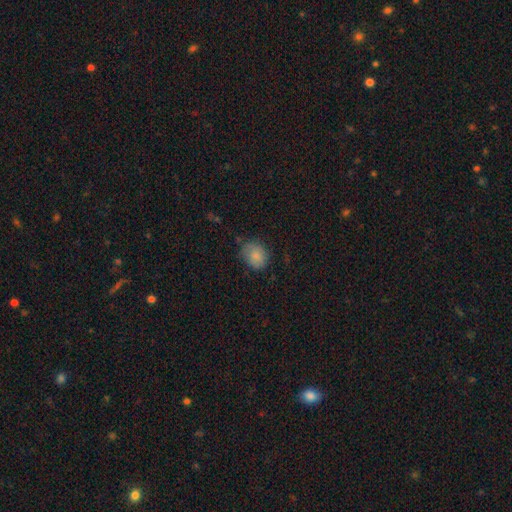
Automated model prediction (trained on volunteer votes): The model was most divided on "how rounded": round: 54%, in between: 45%, cigar-shaped: 1%. More confident: smooth or featured — smooth (82%); merging — none (66%).